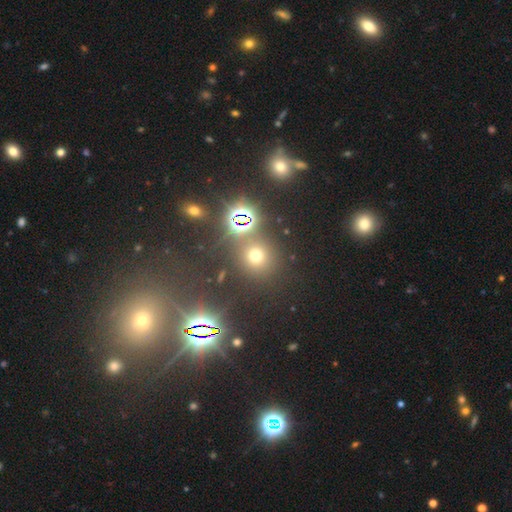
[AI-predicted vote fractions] A smooth galaxy with no disk features (51%) that is round (88%). Merging: none (79%).